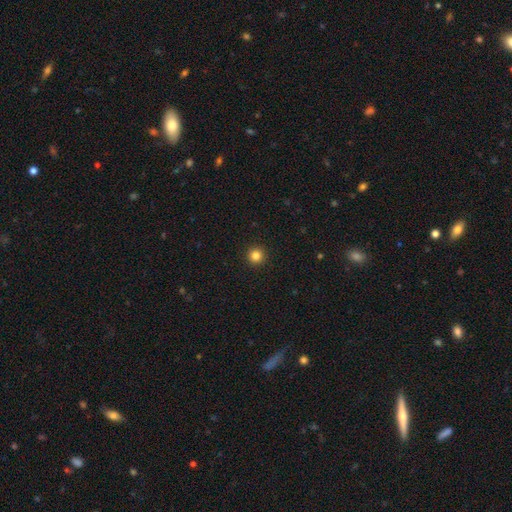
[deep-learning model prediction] The model was most divided on "smooth or featured": smooth: 84%, star or artifact: 12%, featured or disk: 4%. More confident: how rounded — round (96%); merging — none (94%).